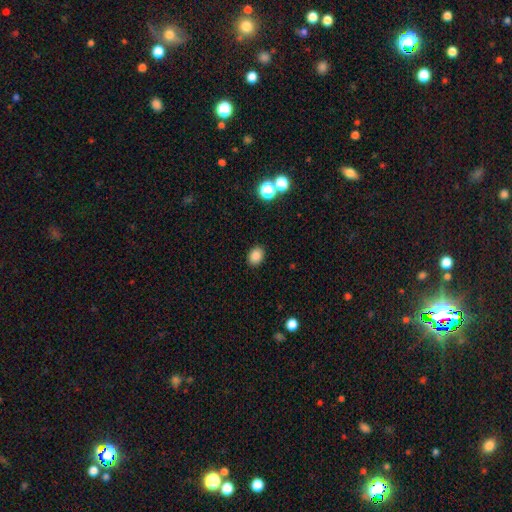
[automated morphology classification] Smooth or featured: smooth — 85% (star or artifact — 11%)
How rounded: in between — 63% (round — 36%)
Merging: none — 89% (minor disturbance — 7%)